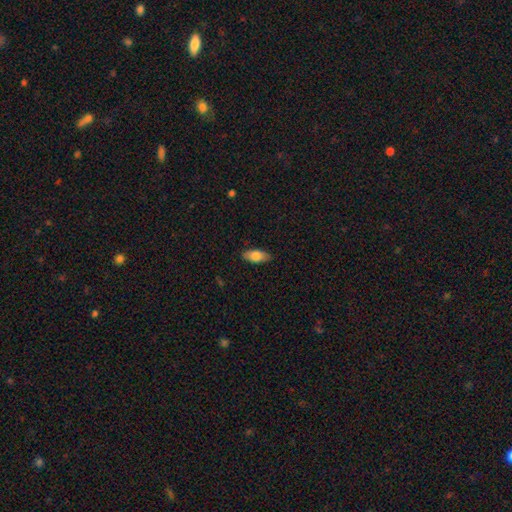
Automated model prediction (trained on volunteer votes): Smooth or featured?
  - smooth: 81% *
  - featured or disk: 13%
  - star or artifact: 6%
How rounded?
  - in between: 85% *
  - cigar-shaped: 12%
  - round: 2%
Merging?
  - none: 87% *
  - minor disturbance: 10%
  - major disturbance: 2%
  - merger: 1%